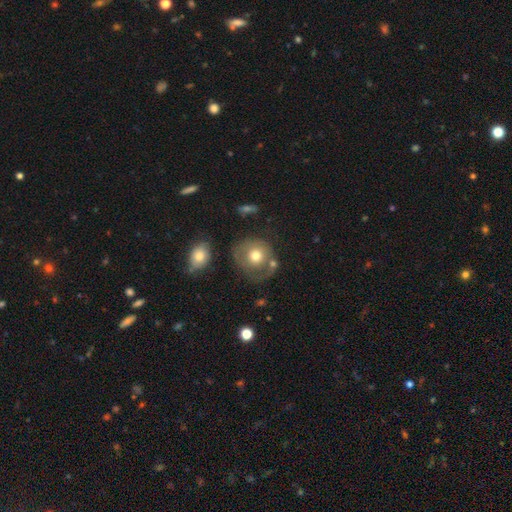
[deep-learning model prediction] This is possibly a smooth galaxy (60%). How rounded: clearly round (84%). Merging: possibly none (54%).